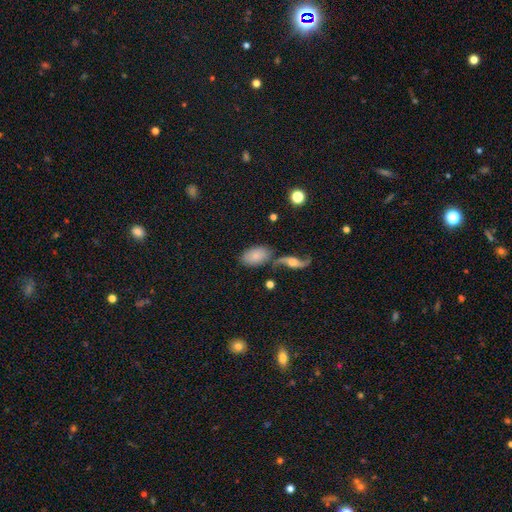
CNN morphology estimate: Overall: smooth (74%). How rounded: in between (92%). Merging: none (60%).